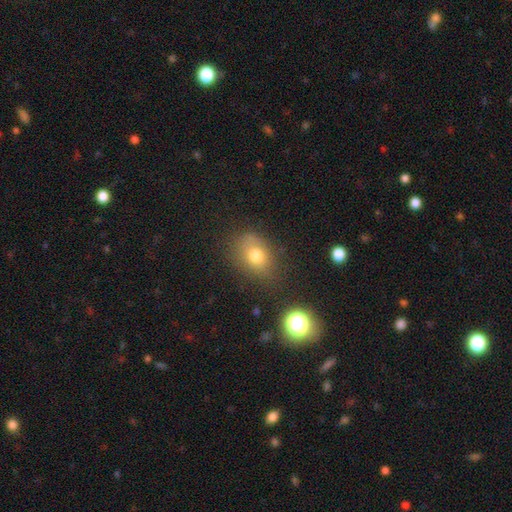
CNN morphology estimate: Smooth or featured: smooth — 73% (star or artifact — 15%)
How rounded: in between — 63% (round — 35%)
Merging: none — 73% (minor disturbance — 19%)